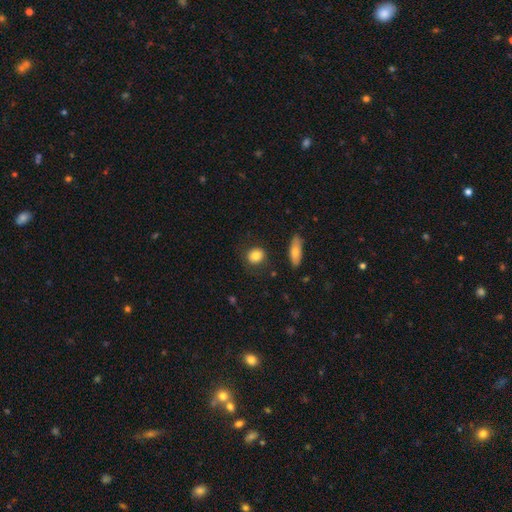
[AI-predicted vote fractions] Q: Smooth or featured?
A: smooth (82%); runner-up: featured or disk (10%)
Q: How rounded?
A: round (71%); runner-up: in between (27%)
Q: Merging?
A: none (83%); runner-up: minor disturbance (11%)